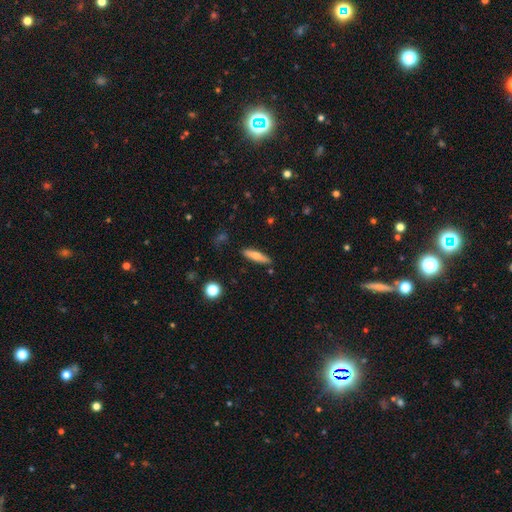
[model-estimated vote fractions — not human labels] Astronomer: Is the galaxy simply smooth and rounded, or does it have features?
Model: smooth — 64%.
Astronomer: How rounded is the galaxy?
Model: cigar-shaped — 74%.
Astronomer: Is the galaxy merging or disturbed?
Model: none — 85%.